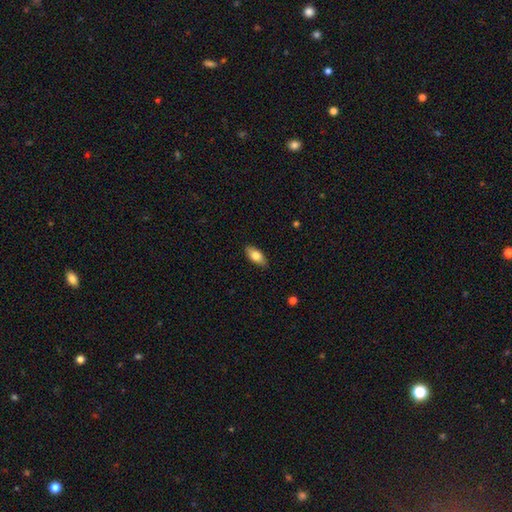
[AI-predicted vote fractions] Smooth or featured? Predicted: smooth (p=0.78). How rounded? Predicted: in between (p=0.88). Merging? Predicted: none (p=0.87).